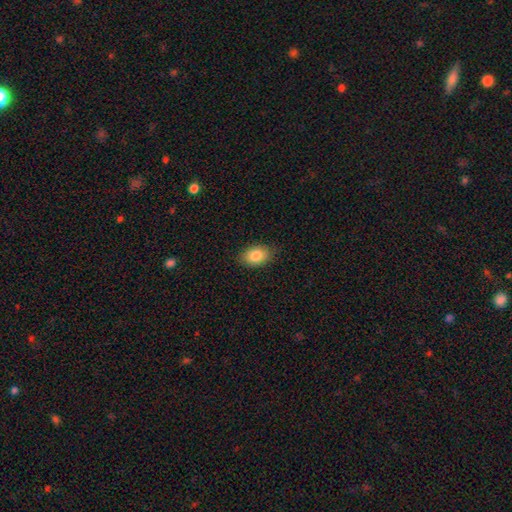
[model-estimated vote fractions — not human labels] smooth 84%, featured or disk 8%, star or artifact 8%. Down the decision tree: how rounded — in between (84%); merging — none (85%).